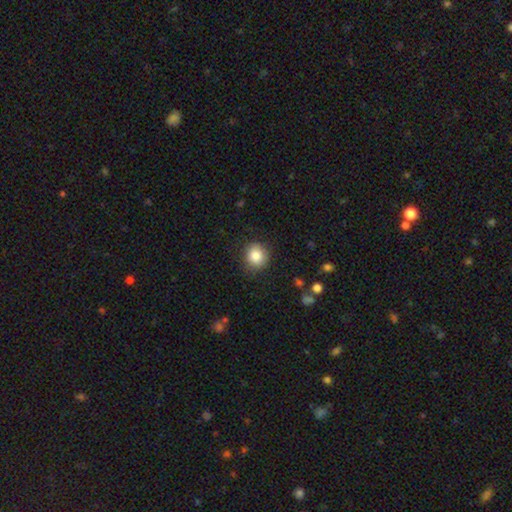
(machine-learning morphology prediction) A smooth galaxy with no disk features (85%) that is round (85%). Merging: none (86%).